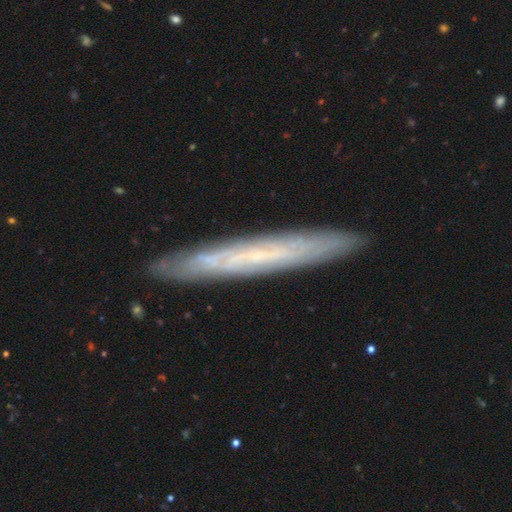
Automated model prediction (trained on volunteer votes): Q: Smooth or featured?
A: featured or disk (63%); runner-up: smooth (29%)
Q: Edge-on disk?
A: yes (79%); runner-up: no (21%)
Q: Merging?
A: none (89%); runner-up: minor disturbance (8%)